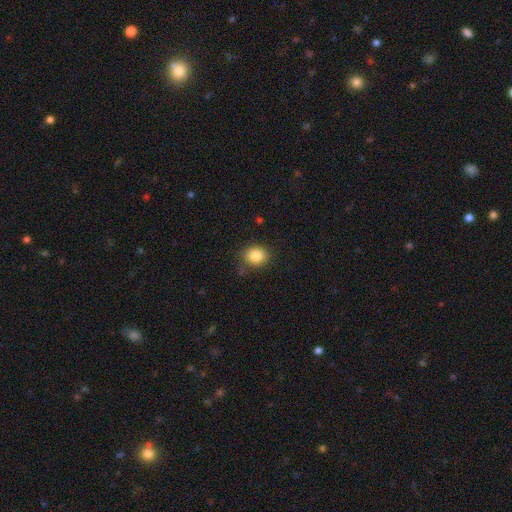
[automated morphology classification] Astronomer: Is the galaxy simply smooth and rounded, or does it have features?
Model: smooth — 86%.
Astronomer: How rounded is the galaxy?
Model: round — 69%.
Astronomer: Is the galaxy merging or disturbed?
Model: none — 80%.